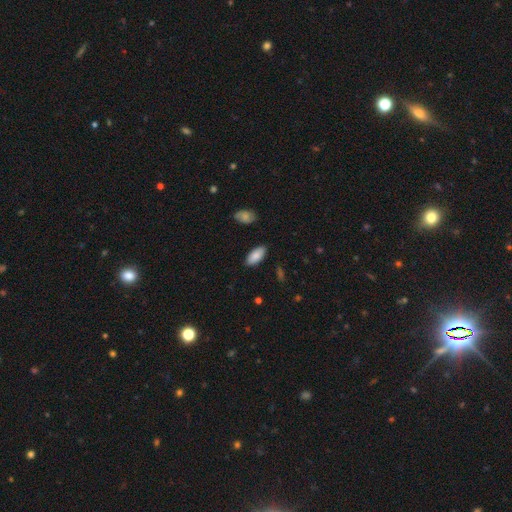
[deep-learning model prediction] smooth 87%, featured or disk 7%, star or artifact 7%. Down the decision tree: how rounded — in between (92%); merging — none (88%).